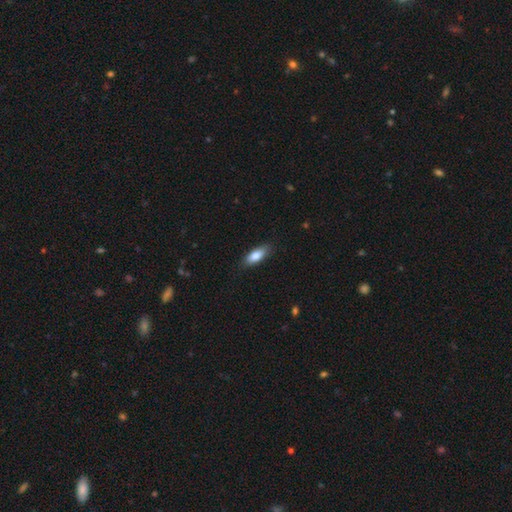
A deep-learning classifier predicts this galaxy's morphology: smooth-or-featured: smooth: 82% | featured or disk: 11% | star or artifact: 6%
  how-rounded: in between: 73% | cigar-shaped: 25% | round: 2%
  merging: none: 84% | minor disturbance: 12% | major disturbance: 3% | merger: 1%